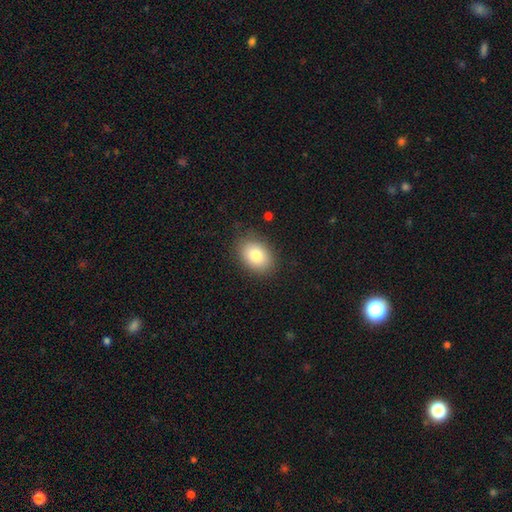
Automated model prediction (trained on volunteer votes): Smooth or featured? Predicted: smooth (p=0.83). How rounded? Predicted: in between (p=0.76). Merging? Predicted: none (p=0.85).